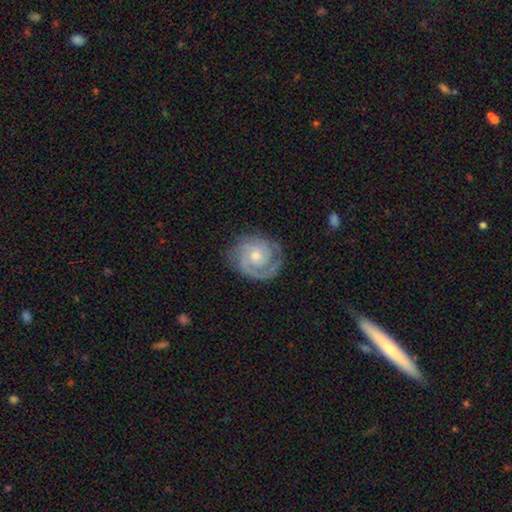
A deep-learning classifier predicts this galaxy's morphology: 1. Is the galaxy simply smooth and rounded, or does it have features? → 86% featured or disk, 9% smooth, 5% star or artifact.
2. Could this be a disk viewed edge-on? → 98% no, 2% yes.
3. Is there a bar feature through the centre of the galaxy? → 72% no, 24% weak, 4% strong.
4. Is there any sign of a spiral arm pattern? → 97% yes, 3% no.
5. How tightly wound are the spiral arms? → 69% tight, 27% medium, 5% loose.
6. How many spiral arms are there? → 51% 2, 21% 3, 13% can't tell, 9% 1, 3% 4, 3% more than 4.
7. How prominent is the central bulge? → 48% small, 47% moderate, 2% large, 2% none, 1% dominant.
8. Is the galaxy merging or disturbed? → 77% none, 16% minor disturbance, 5% major disturbance, 1% merger.